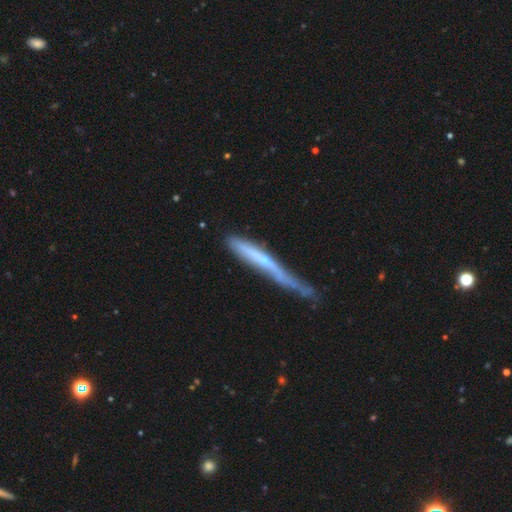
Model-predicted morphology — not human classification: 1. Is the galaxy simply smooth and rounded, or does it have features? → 60% featured or disk, 33% smooth, 7% star or artifact.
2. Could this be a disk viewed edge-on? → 87% yes, 13% no.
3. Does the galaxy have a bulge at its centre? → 59% none, 36% rounded, 6% boxy.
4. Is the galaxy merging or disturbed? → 46% none, 35% minor disturbance, 14% major disturbance, 5% merger.